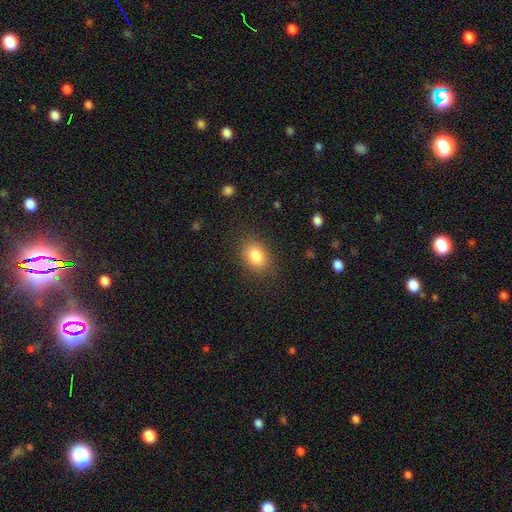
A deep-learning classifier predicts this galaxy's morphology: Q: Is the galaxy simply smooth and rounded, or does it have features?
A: smooth — 83%.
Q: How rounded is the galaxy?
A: in between — 70%.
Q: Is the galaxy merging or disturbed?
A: none — 84%.